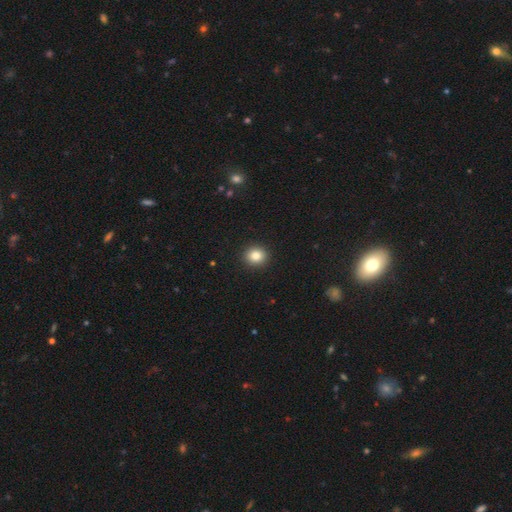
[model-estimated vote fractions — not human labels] Smooth or featured? Predicted: smooth (p=0.84). How rounded? Predicted: round (p=0.80). Merging? Predicted: none (p=0.92).